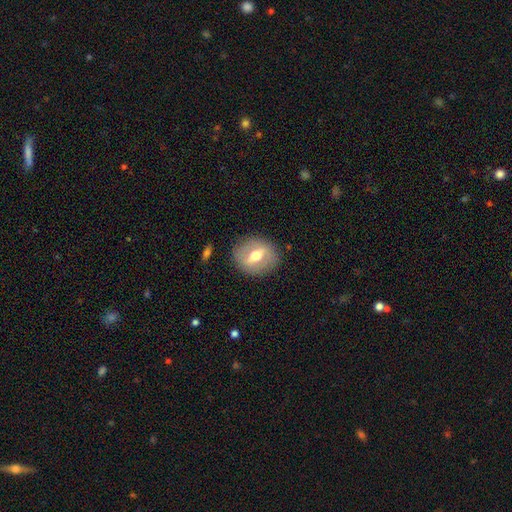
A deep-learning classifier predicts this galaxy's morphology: A featured or disk galaxy (54%). Merging: none (84%).